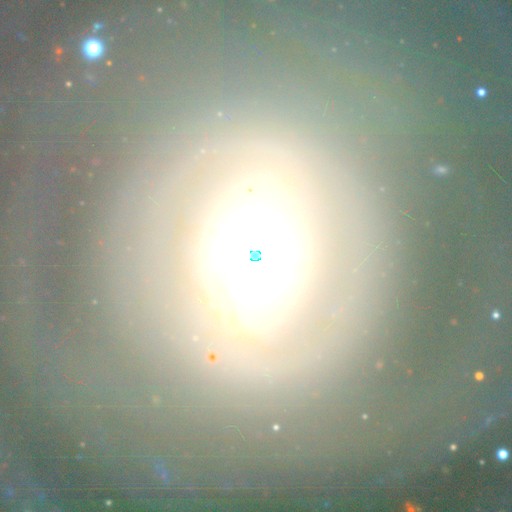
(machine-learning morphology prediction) Smooth or featured?
  - featured or disk: 62% *
  - smooth: 26%
  - star or artifact: 12%
Edge-on disk?
  - no: 91% *
  - yes: 9%
Bar?
  - no: 43% *
  - weak: 31%
  - strong: 26%
Spiral arms?
  - no: 57% *
  - yes: 43%
Bulge size?
  - moderate: 55% *
  - large: 26%
  - small: 11%
  - dominant: 6%
  - none: 2%
Merging?
  - none: 74% *
  - minor disturbance: 12%
  - major disturbance: 10%
  - merger: 3%